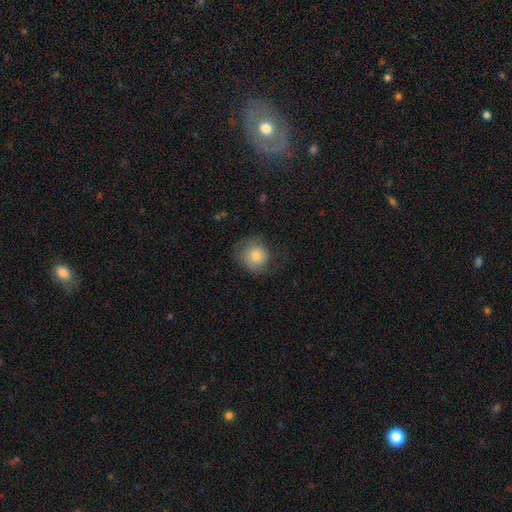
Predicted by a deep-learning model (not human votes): The model was most divided on "merging": none: 63%, minor disturbance: 23%, major disturbance: 13%, merger: 1%. More confident: how rounded — round (85%); smooth or featured — smooth (71%).